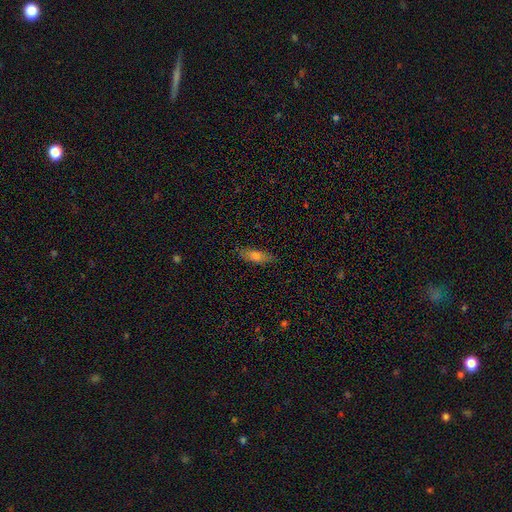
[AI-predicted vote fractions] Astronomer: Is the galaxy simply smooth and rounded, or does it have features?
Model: smooth — 65%.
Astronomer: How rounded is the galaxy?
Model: in between — 53% (runner-up: cigar-shaped, 44%).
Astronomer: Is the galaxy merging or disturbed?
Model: none — 84%.